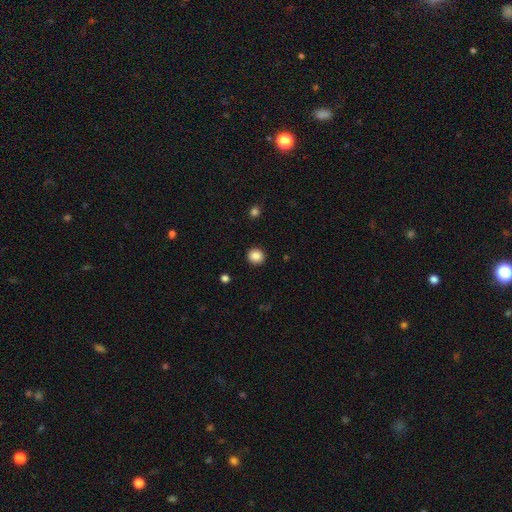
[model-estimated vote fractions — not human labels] A smooth galaxy with no disk features (87%) that is round (89%).

Vote fractions:
- Smooth or featured? smooth: 87% / star or artifact: 9% / featured or disk: 4%
- How rounded? round: 89% / in between: 10% / cigar-shaped: 1%
- Merging? none: 92% / minor disturbance: 5% / major disturbance: 2% / merger: 1%